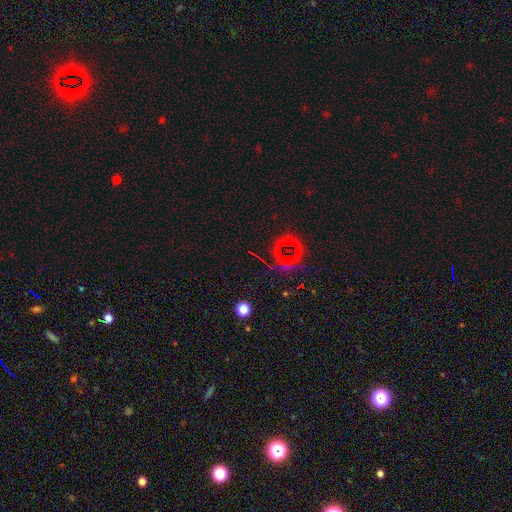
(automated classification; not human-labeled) Smooth or featured? Predicted: star or artifact (p=0.71).